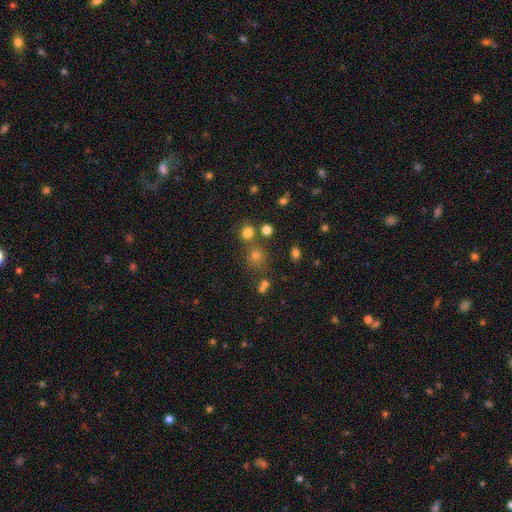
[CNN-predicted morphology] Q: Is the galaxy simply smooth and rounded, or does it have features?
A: smooth — 64%.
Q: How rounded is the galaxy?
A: round — 87%.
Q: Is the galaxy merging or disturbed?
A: none — 72%.